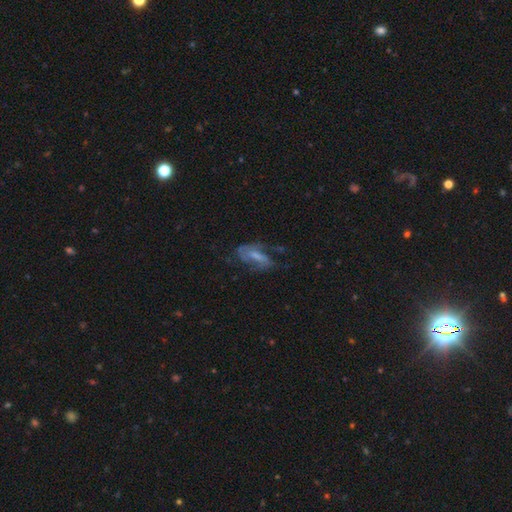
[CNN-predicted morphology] Smooth or featured?
  - featured or disk: 61% *
  - smooth: 29%
  - star or artifact: 10%
Edge-on disk?
  - no: 92% *
  - yes: 8%
Bar?
  - weak: 42% *
  - no: 41%
  - strong: 17%
Spiral arms?
  - yes: 72% *
  - no: 28%
Bulge size?
  - moderate: 36% *
  - small: 35%
  - none: 21%
  - large: 7%
  - dominant: 2%
Merging?
  - none: 44% *
  - major disturbance: 30%
  - minor disturbance: 23%
  - merger: 3%